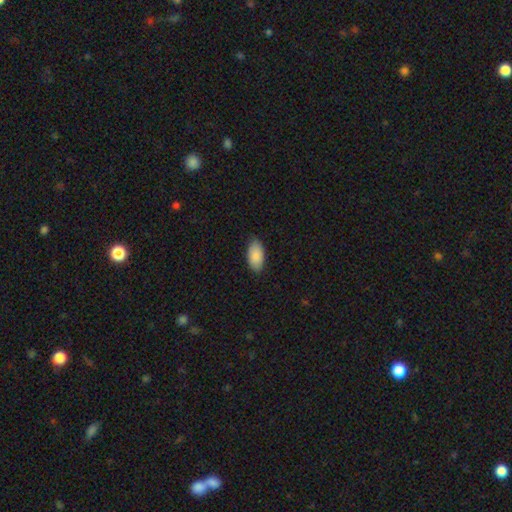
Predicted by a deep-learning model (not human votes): Smooth or featured? smooth (88%)
How rounded? in between (95%)
Merging? none (86%)